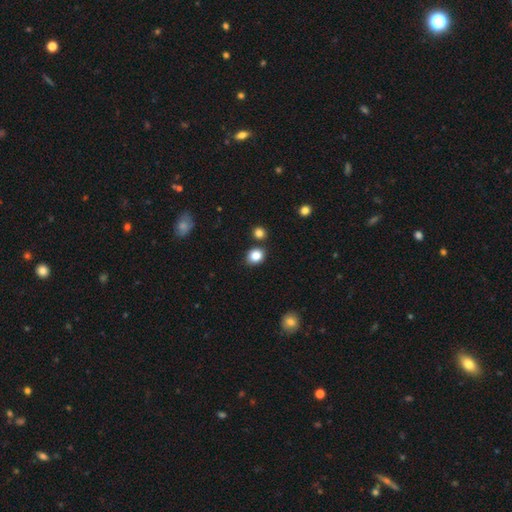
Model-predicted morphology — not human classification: Smooth or featured? Predicted: smooth (p=0.85). How rounded? Predicted: round (p=0.63). Merging? Predicted: none (p=0.79).